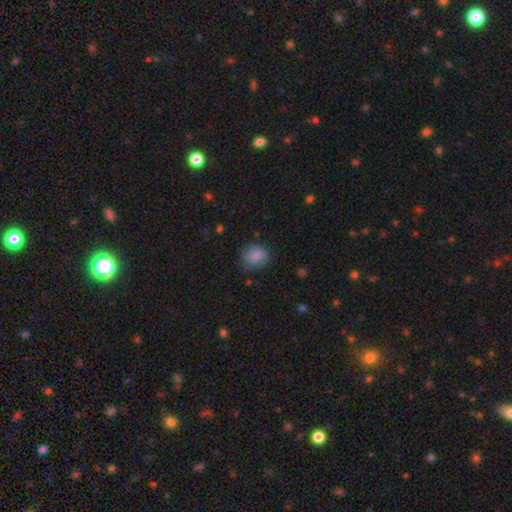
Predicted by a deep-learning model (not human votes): This is likely a smooth galaxy (76%). How rounded: likely round (76%). Merging: likely none (72%).